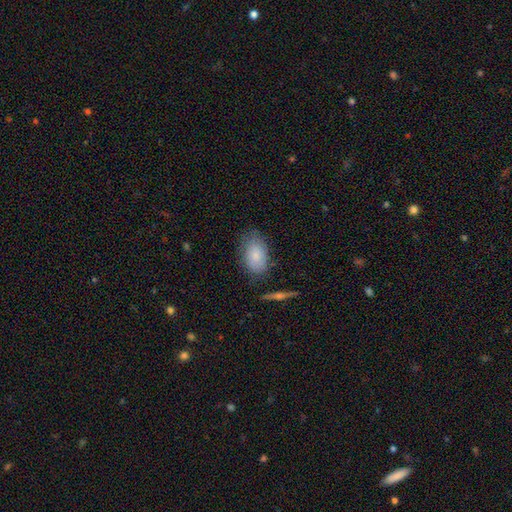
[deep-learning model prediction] The model was most divided on "merging": none: 71%, minor disturbance: 21%, major disturbance: 5%, merger: 3%. More confident: how rounded — in between (90%); smooth or featured — smooth (80%).